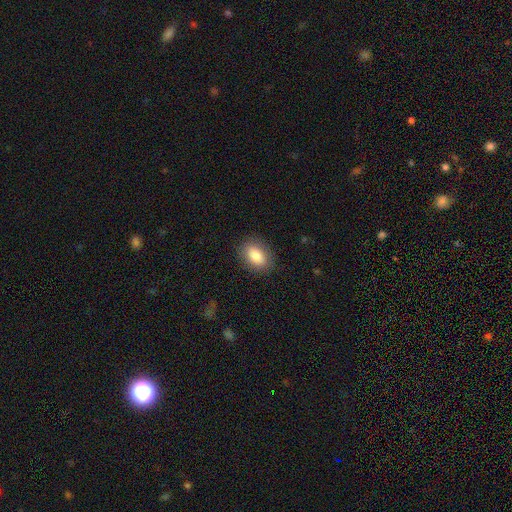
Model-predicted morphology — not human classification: Smooth or featured: smooth — 87% (star or artifact — 7%)
How rounded: in between — 87% (round — 11%)
Merging: none — 86% (minor disturbance — 10%)